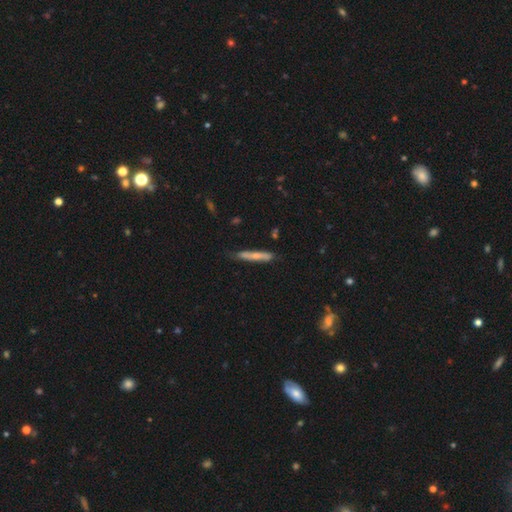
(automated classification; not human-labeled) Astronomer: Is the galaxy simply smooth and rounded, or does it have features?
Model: smooth — 63%.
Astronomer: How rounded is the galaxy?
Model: cigar-shaped — 94%.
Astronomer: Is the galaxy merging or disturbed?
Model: none — 72%.